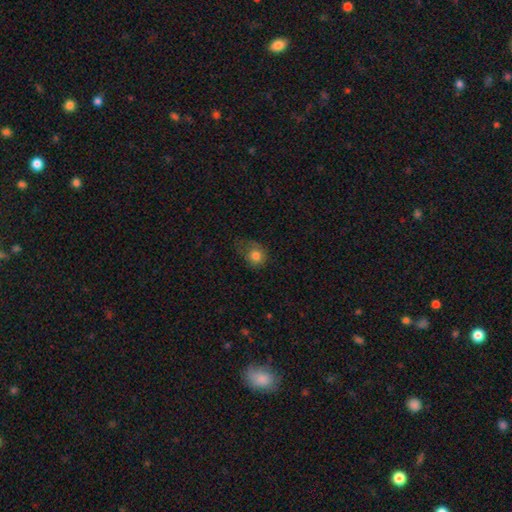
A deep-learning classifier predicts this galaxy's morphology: Smooth or featured? smooth (79%)
How rounded? round (69%)
Merging? none (40%)